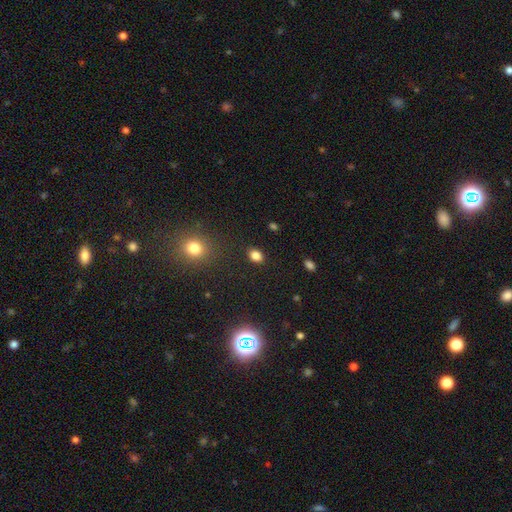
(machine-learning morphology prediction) Smooth or featured? smooth (82%)
How rounded? in between (65%)
Merging? none (87%)